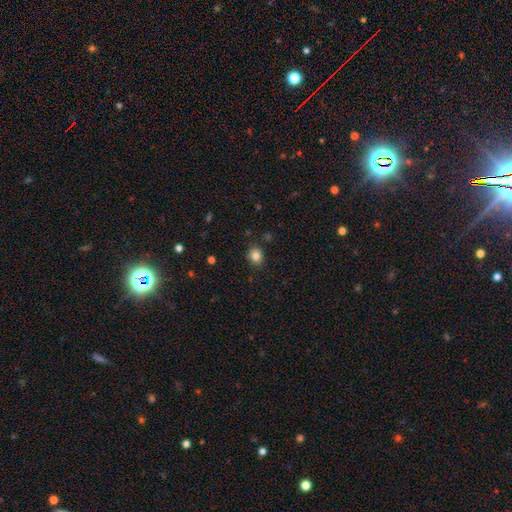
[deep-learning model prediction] A smooth galaxy with no disk features (84%) that is round (65%).

Vote fractions:
- Smooth or featured? smooth: 84% / star or artifact: 11% / featured or disk: 5%
- How rounded? round: 65% / in between: 34% / cigar-shaped: 1%
- Merging? none: 86% / minor disturbance: 10% / major disturbance: 2% / merger: 2%